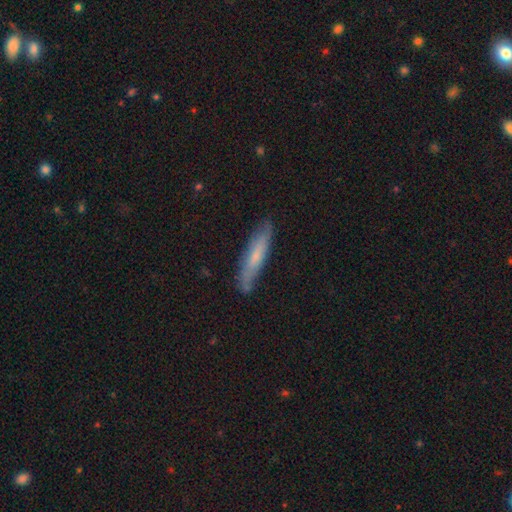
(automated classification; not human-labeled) A smooth galaxy with no disk features (57%) that is cigar-shaped (87%). Merging: none (80%).